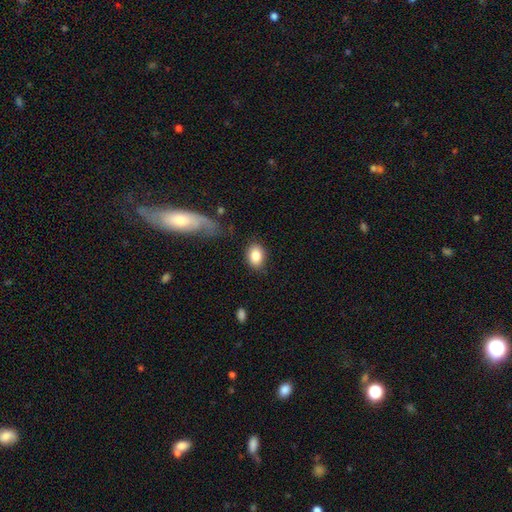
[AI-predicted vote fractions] Smooth or featured? Predicted: smooth (p=0.84). How rounded? Predicted: in between (p=0.68). Merging? Predicted: none (p=0.80).